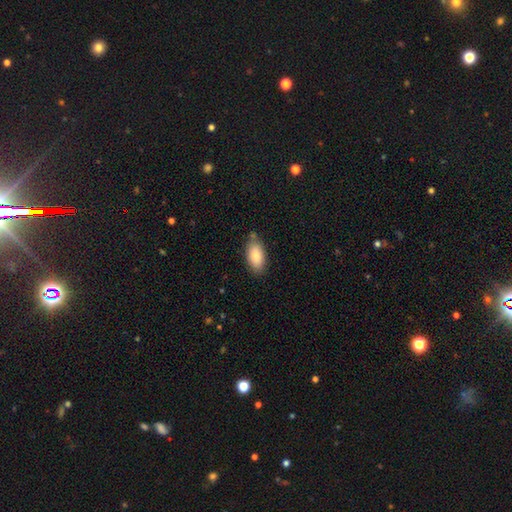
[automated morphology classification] Smooth or featured: smooth — 84% (featured or disk — 9%)
How rounded: in between — 92% (cigar-shaped — 5%)
Merging: none — 77% (minor disturbance — 16%)